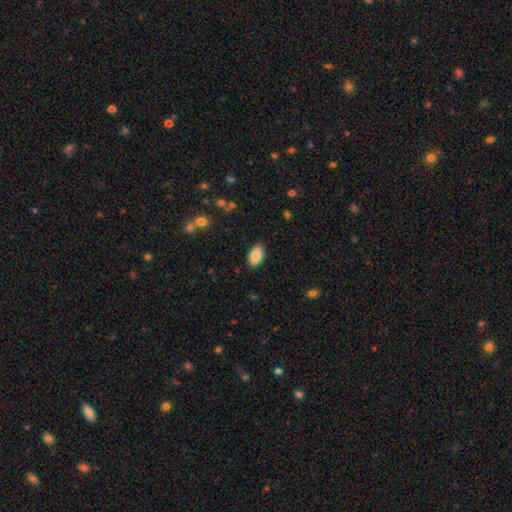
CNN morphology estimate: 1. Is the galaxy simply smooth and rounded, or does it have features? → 87% smooth, 7% featured or disk, 7% star or artifact.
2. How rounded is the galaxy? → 94% in between, 4% round, 2% cigar-shaped.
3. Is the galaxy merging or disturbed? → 86% none, 11% minor disturbance, 2% major disturbance, 1% merger.